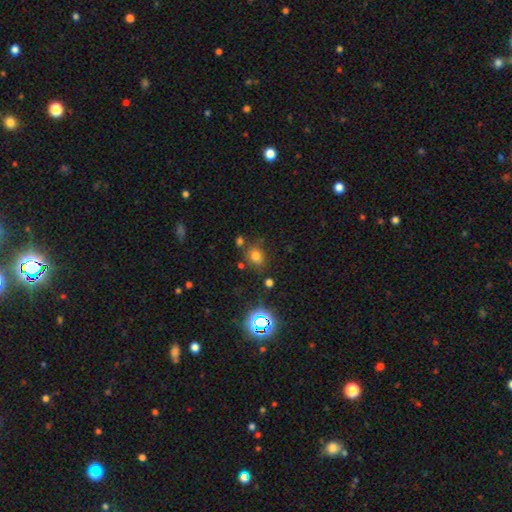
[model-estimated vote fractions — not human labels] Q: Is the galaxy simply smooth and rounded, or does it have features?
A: smooth — 68%.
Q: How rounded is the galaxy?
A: round — 62%.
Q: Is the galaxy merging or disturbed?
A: none — 75%.